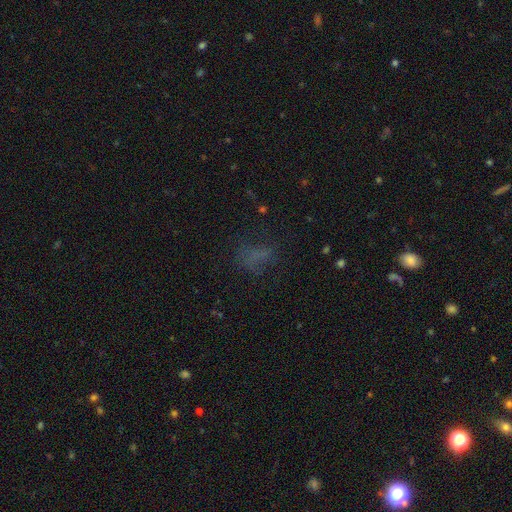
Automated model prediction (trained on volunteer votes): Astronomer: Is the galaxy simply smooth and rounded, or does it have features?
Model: smooth — 51% (runner-up: star or artifact, 29%).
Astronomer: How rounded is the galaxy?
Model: in between — 68%.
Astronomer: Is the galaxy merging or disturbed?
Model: none — 57%.